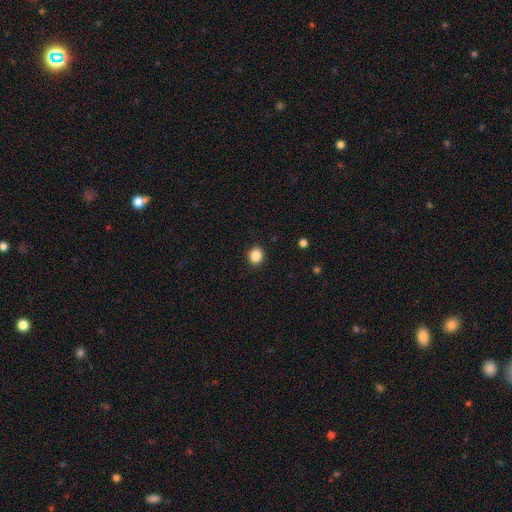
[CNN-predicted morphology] smooth-or-featured: smooth: 86% | star or artifact: 10% | featured or disk: 3%
  how-rounded: round: 84% | in between: 15% | cigar-shaped: 1%
  merging: none: 92% | minor disturbance: 5% | major disturbance: 2% | merger: 1%